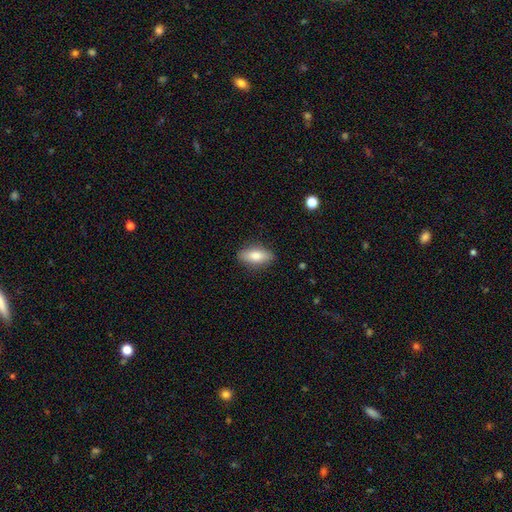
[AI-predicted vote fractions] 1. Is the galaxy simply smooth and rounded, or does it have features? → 79% smooth, 14% featured or disk, 6% star or artifact.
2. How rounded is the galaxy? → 82% in between, 15% cigar-shaped, 3% round.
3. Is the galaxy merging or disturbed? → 86% none, 10% minor disturbance, 2% major disturbance, 1% merger.